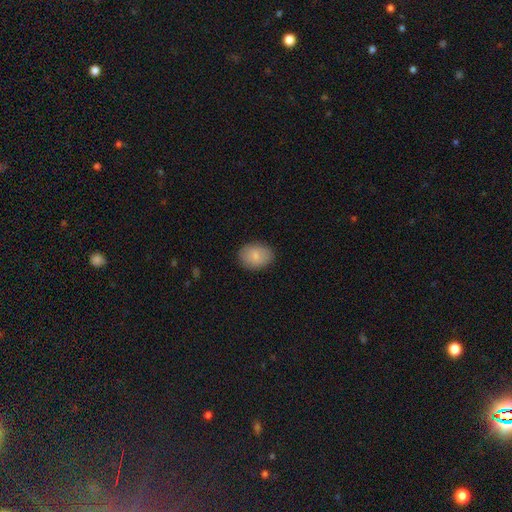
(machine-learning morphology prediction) A smooth galaxy with no disk features (83%) that is in between round and cigar-shaped (67%).

Vote fractions:
- Smooth or featured? smooth: 83% / featured or disk: 10% / star or artifact: 7%
- How rounded? in between: 67% / round: 32% / cigar-shaped: 1%
- Merging? none: 85% / minor disturbance: 11% / major disturbance: 3% / merger: 1%